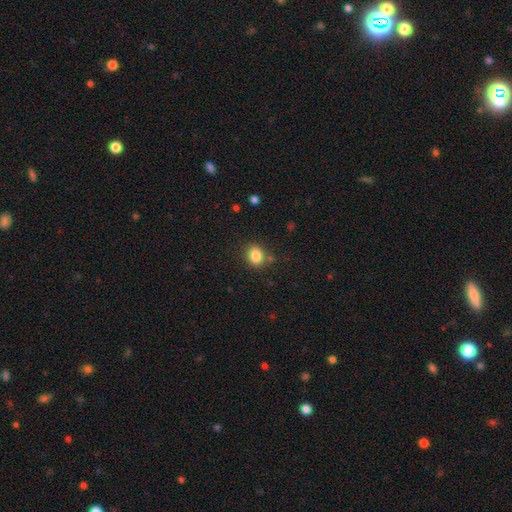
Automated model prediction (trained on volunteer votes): A smooth galaxy with no disk features (84%) that is round (52%).

Vote fractions:
- Smooth or featured? smooth: 84% / star or artifact: 10% / featured or disk: 6%
- How rounded? round: 52% / in between: 47% / cigar-shaped: 1%
- Merging? none: 80% / minor disturbance: 12% / merger: 5% / major disturbance: 4%